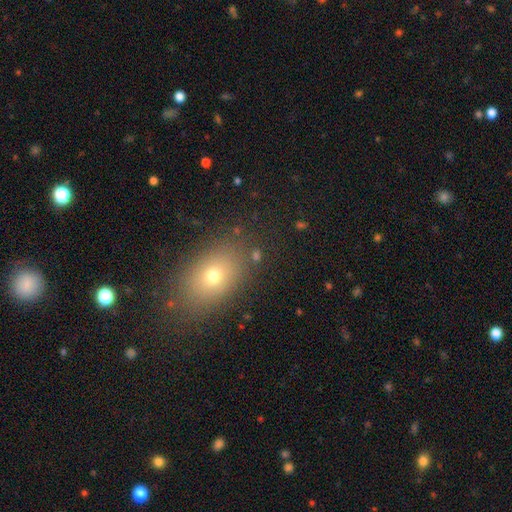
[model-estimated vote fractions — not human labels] Q: Smooth or featured?
A: smooth (66%); runner-up: star or artifact (20%)
Q: How rounded?
A: in between (66%); runner-up: round (31%)
Q: Merging?
A: none (79%); runner-up: minor disturbance (11%)